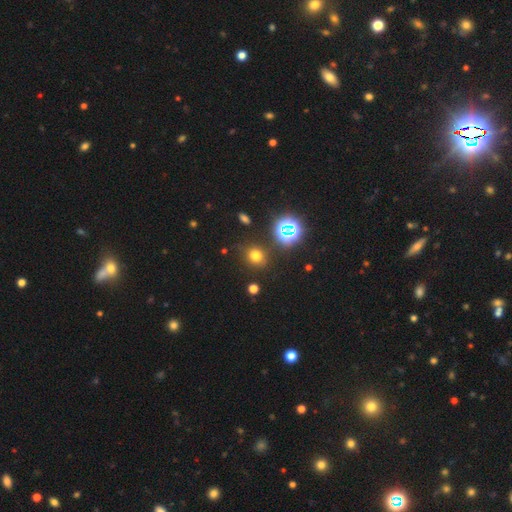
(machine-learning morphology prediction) Overall: smooth (67%). How rounded: round (73%). Merging: none (83%).